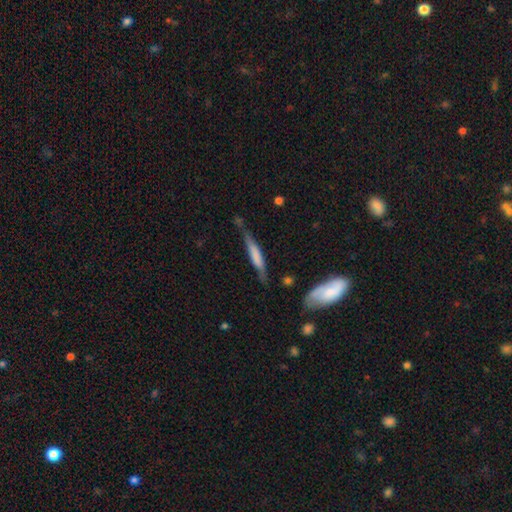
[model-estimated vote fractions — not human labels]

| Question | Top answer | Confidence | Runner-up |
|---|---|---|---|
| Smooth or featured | smooth | 53% | featured or disk (42%) |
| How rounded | cigar-shaped | 90% | in between (8%) |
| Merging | none | 64% | minor disturbance (25%) |